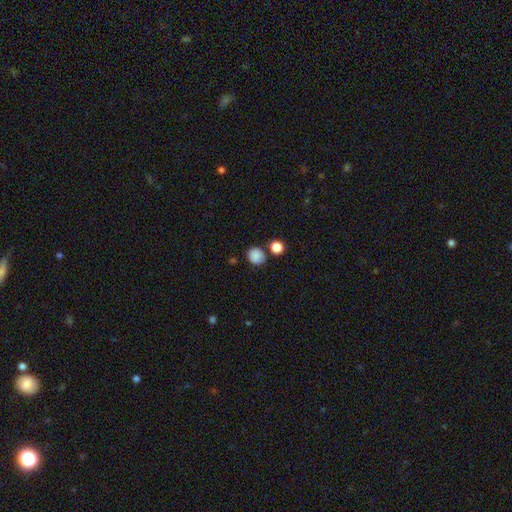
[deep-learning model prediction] The model was most divided on "merging": none: 78%, minor disturbance: 10%, merger: 9%, major disturbance: 3%. More confident: how rounded — round (87%); smooth or featured — smooth (86%).